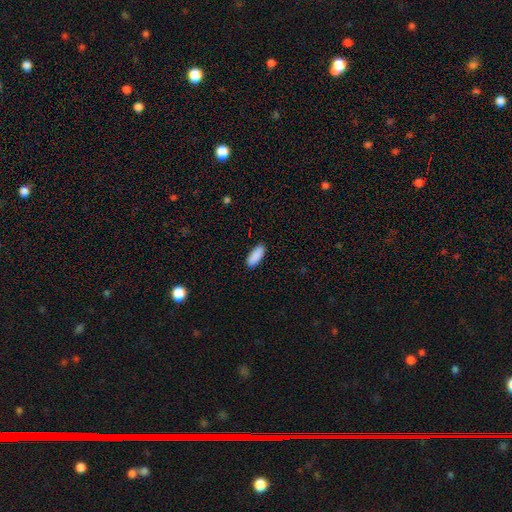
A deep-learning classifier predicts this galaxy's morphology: Smooth or featured?
  - smooth: 90% *
  - star or artifact: 6%
  - featured or disk: 3%
How rounded?
  - in between: 79% *
  - cigar-shaped: 19%
  - round: 2%
Merging?
  - none: 89% *
  - minor disturbance: 8%
  - major disturbance: 2%
  - merger: 1%